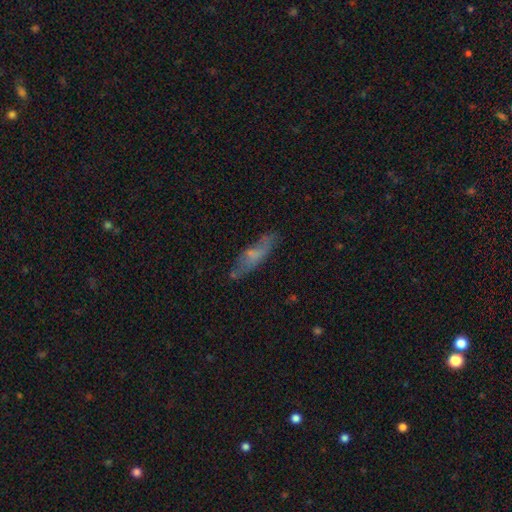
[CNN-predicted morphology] Smooth or featured: smooth — 54% (featured or disk — 37%)
How rounded: cigar-shaped — 64% (in between — 34%)
Merging: none — 68% (minor disturbance — 21%)